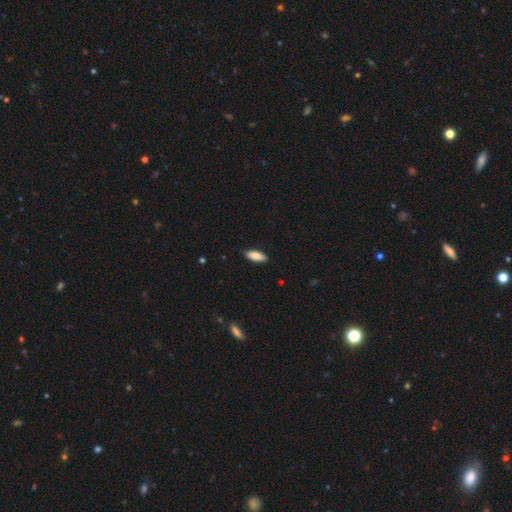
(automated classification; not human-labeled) Smooth or featured? Predicted: smooth (p=0.85). How rounded? Predicted: in between (p=0.74). Merging? Predicted: none (p=0.84).